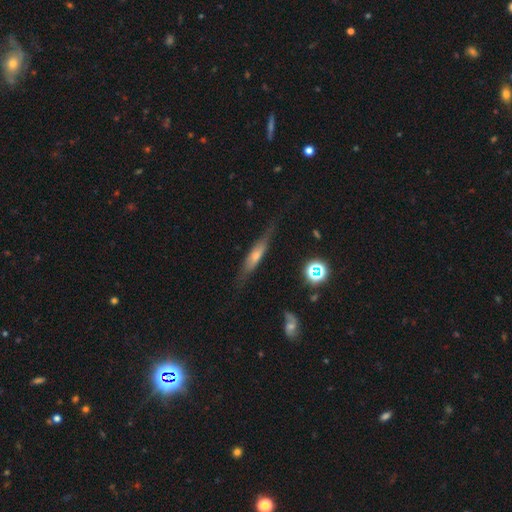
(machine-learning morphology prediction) This appears to be a featured or disk galaxy (55%) viewed edge-on (84%). Merging: none (75%).